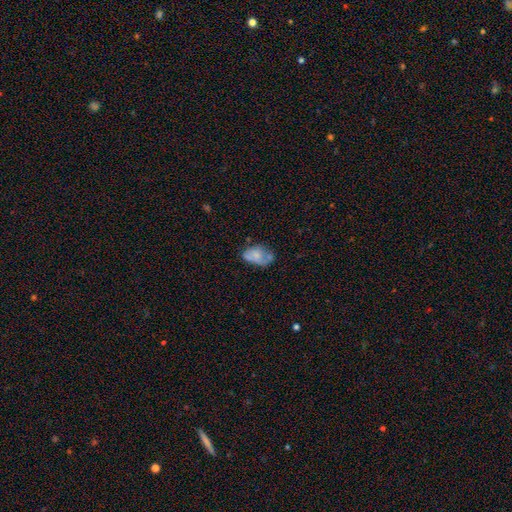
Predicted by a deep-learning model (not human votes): The model was most divided on "merging": none: 36%, minor disturbance: 31%, merger: 16%, major disturbance: 16%. More confident: how rounded — in between (87%); smooth or featured — smooth (62%).